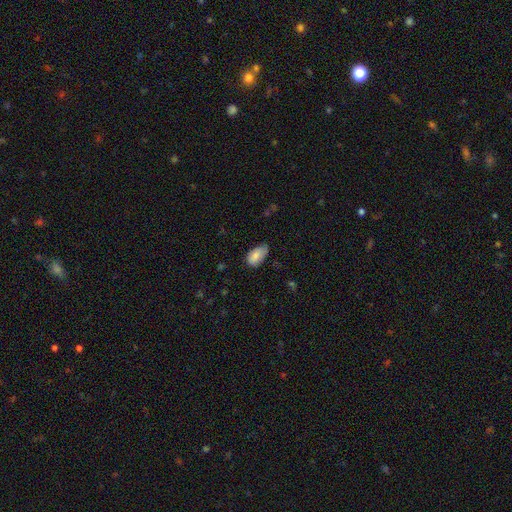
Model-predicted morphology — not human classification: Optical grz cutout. It shows a smooth galaxy with no disk features (83%) that is in between round and cigar-shaped (94%). Merging: none (56%).